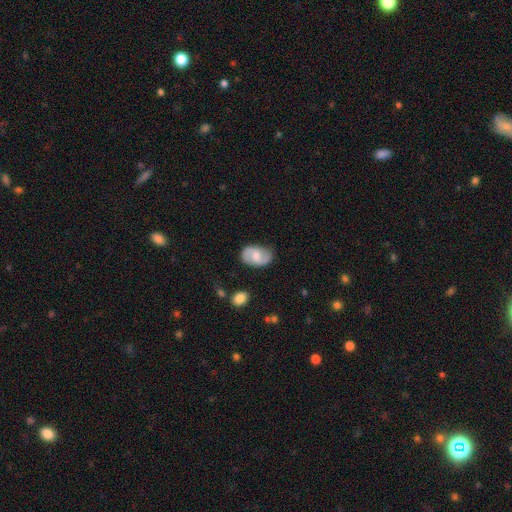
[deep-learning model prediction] This is likely a featured or disk galaxy (64%). It is clearly not viewed edge-on (97%). Bar: possibly weak (51%). Spiral arm pattern: clearly yes (90%). Spiral arm count: clearly 2 (90%). Spiral winding: marginally medium (43%). Central bulge: possibly moderate (46%). Merging: likely none (77%).